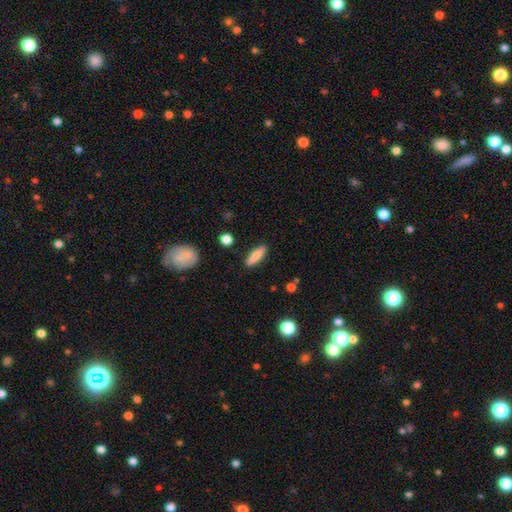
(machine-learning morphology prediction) A smooth galaxy with no disk features (82%) that is cigar-shaped (58%). Merging: none (89%).